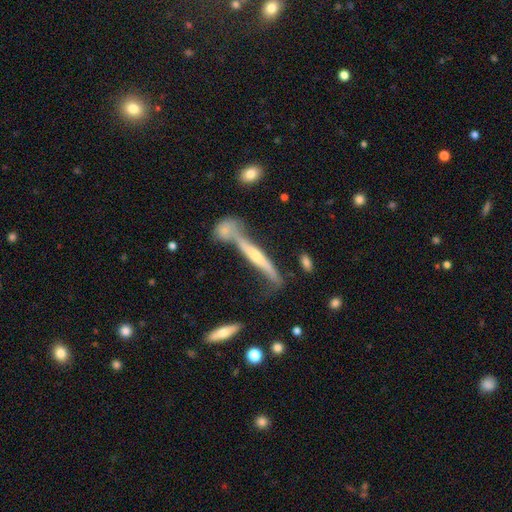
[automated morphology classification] Q: Smooth or featured?
A: featured or disk (69%); runner-up: smooth (25%)
Q: Edge-on disk?
A: yes (89%); runner-up: no (11%)
Q: Edge-on bulge?
A: rounded (74%); runner-up: none (17%)
Q: Merging?
A: none (48%); runner-up: merger (27%)